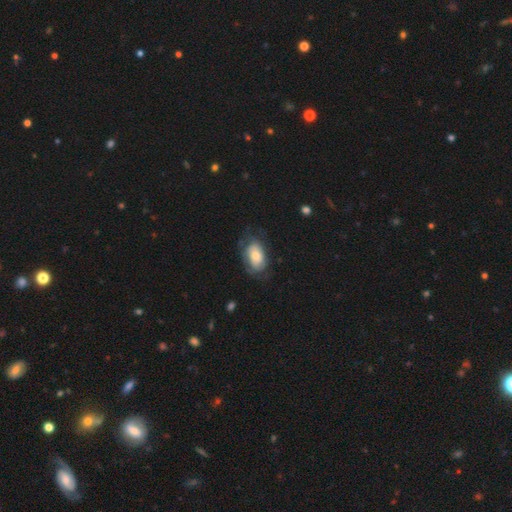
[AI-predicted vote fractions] This is possibly a smooth galaxy (58%). How rounded: clearly in between (90%). Merging: likely none (61%).